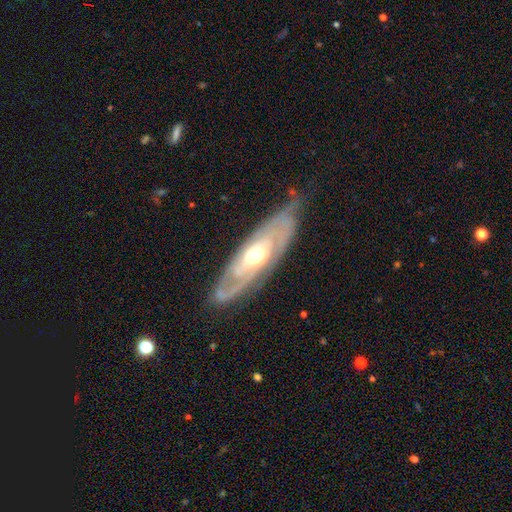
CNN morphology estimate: featured or disk 83%, smooth 13%, star or artifact 5%. Down the decision tree: edge-on disk — no (79%); bar — no (67%); spiral arms — yes (87%); spiral arm count — 2 (42%); spiral winding — tight (63%); bulge size — moderate (71%); merging — none (72%).